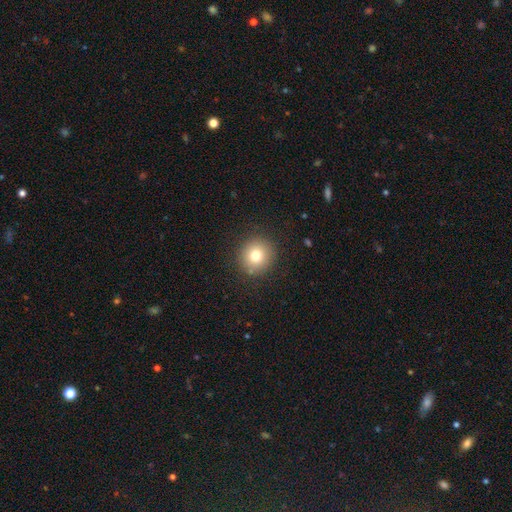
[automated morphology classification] Smooth or featured? Predicted: smooth (p=0.77). How rounded? Predicted: round (p=0.92). Merging? Predicted: none (p=0.89).